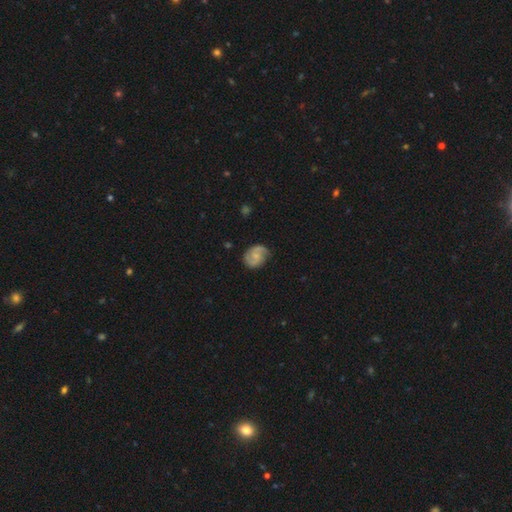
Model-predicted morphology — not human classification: smooth-or-featured: featured or disk: 77% | smooth: 18% | star or artifact: 6%
  disk-edge-on: no: 98% | yes: 2%
    bar: no: 59% | weak: 36% | strong: 5%
    has-spiral-arms: yes: 96% | no: 4%
      spiral-winding: medium: 50% | tight: 30% | loose: 20%
      spiral-arm-count: 2: 87% | can't tell: 5% | 1: 4% | 3: 2% | 4: 1% | more than 4: 1%
    bulge-size: small: 56% | moderate: 27% | none: 14% | large: 1% | dominant: 1%
  merging: none: 75% | minor disturbance: 19% | major disturbance: 5% | merger: 1%